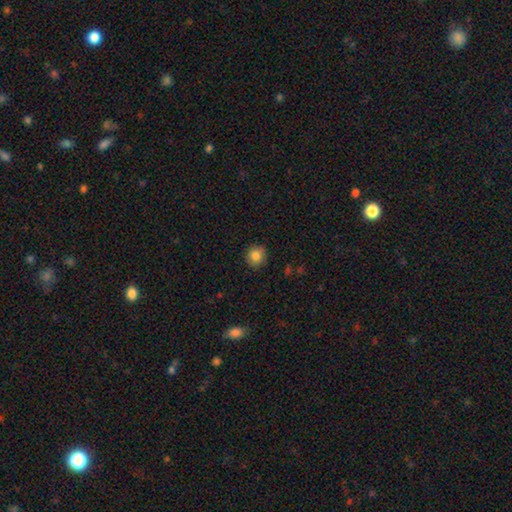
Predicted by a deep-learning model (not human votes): Smooth or featured? smooth (84%)
How rounded? round (92%)
Merging? none (90%)